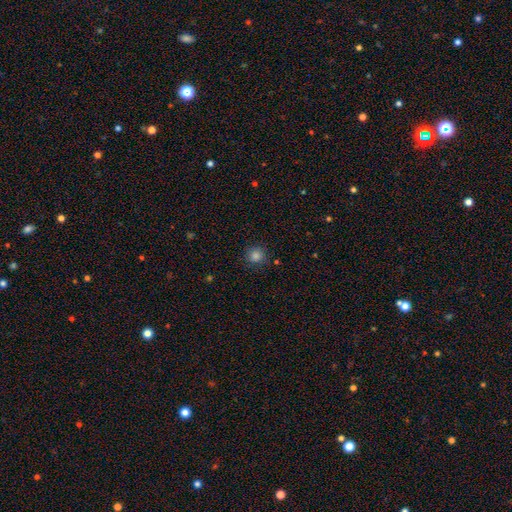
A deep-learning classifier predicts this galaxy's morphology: Smooth or featured? smooth (82%)
How rounded? round (91%)
Merging? none (86%)